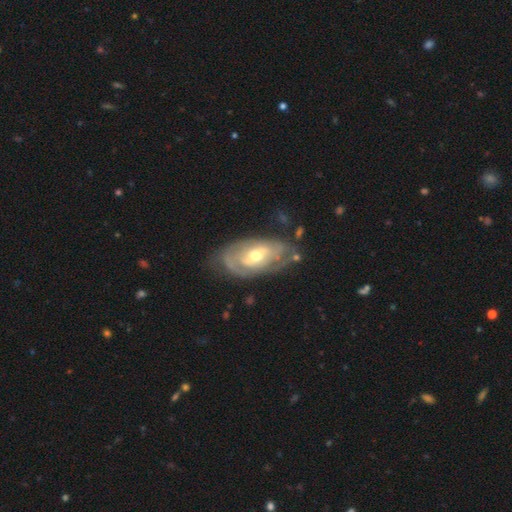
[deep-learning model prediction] Q: Smooth or featured?
A: featured or disk (76%); runner-up: smooth (19%)
Q: Edge-on disk?
A: no (92%); runner-up: yes (8%)
Q: Bar?
A: no (60%); runner-up: weak (29%)
Q: Spiral arms?
A: yes (74%); runner-up: no (26%)
Q: Spiral winding?
A: tight (68%); runner-up: medium (24%)
Q: Spiral arm count?
A: can't tell (48%); runner-up: 2 (32%)
Q: Bulge size?
A: moderate (67%); runner-up: small (26%)
Q: Merging?
A: none (64%); runner-up: minor disturbance (23%)